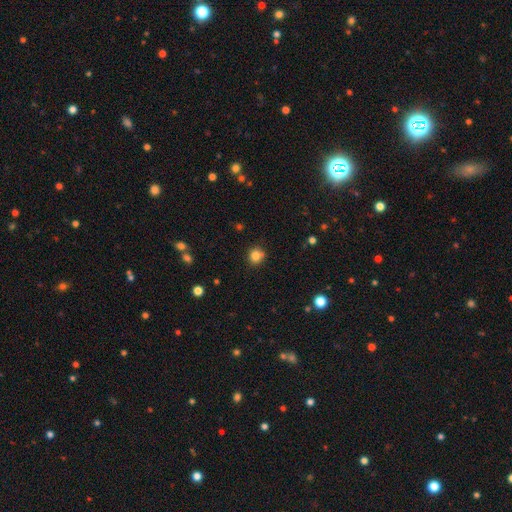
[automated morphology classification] The model was most divided on "smooth or featured": smooth: 83%, star or artifact: 12%, featured or disk: 5%. More confident: how rounded — round (89%); merging — none (84%).